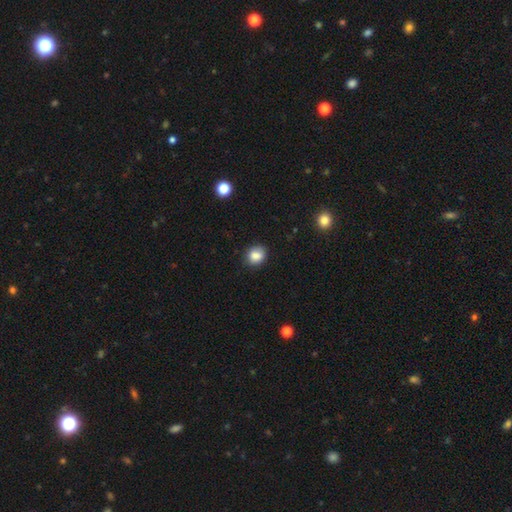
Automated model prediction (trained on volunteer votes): Q: Smooth or featured?
A: smooth (85%); runner-up: star or artifact (10%)
Q: How rounded?
A: round (70%); runner-up: in between (29%)
Q: Merging?
A: none (83%); runner-up: minor disturbance (13%)